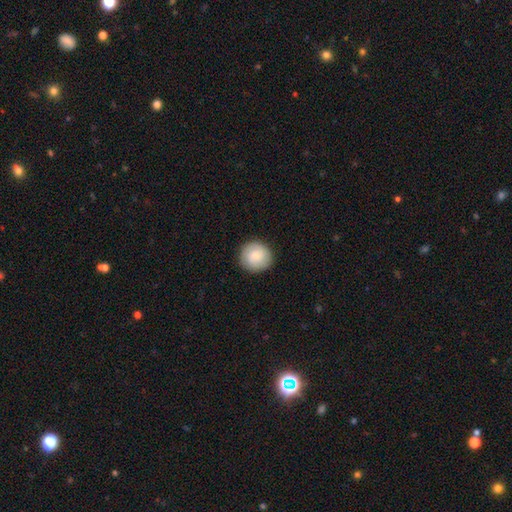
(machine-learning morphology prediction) Smooth or featured? smooth (78%)
How rounded? round (92%)
Merging? none (89%)